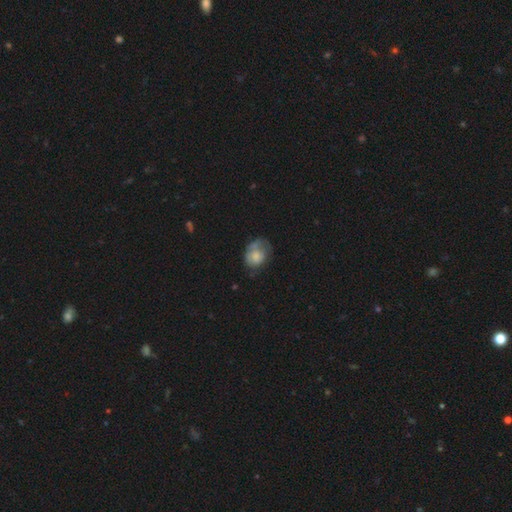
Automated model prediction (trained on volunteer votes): The model was most divided on "merging": none: 40%, minor disturbance: 31%, major disturbance: 25%, merger: 4%. More confident: smooth or featured — smooth (59%); how rounded — in between (57%).